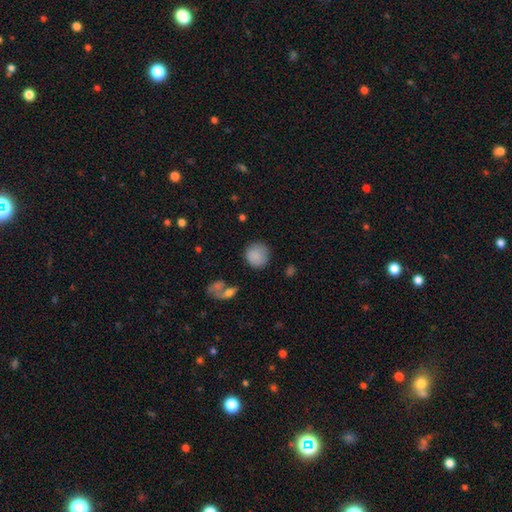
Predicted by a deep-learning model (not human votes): Smooth or featured: smooth — 85% (star or artifact — 8%)
How rounded: round — 89% (in between — 10%)
Merging: none — 77% (minor disturbance — 14%)